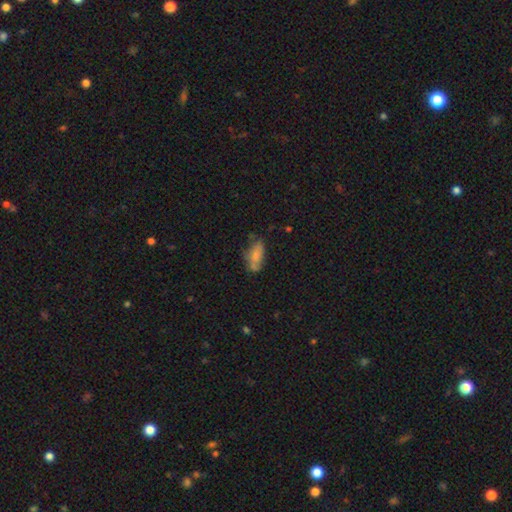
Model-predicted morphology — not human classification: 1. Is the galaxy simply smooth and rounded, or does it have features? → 71% smooth, 20% featured or disk, 9% star or artifact.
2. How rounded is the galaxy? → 83% in between, 14% cigar-shaped, 3% round.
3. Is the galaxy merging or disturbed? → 47% none, 30% minor disturbance, 12% major disturbance, 11% merger.